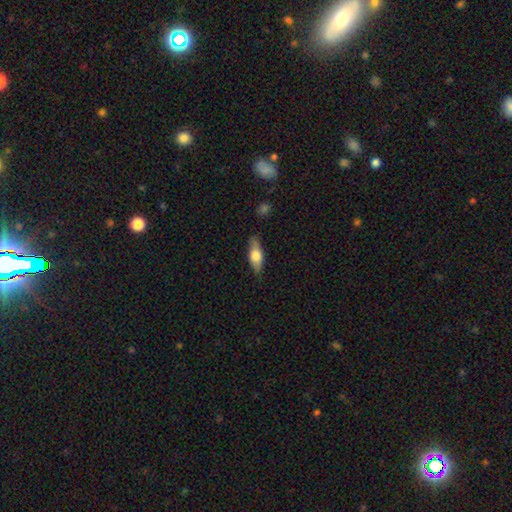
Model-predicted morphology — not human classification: type=smooth (62%); roundness=in between (69%); merging=none (81%).